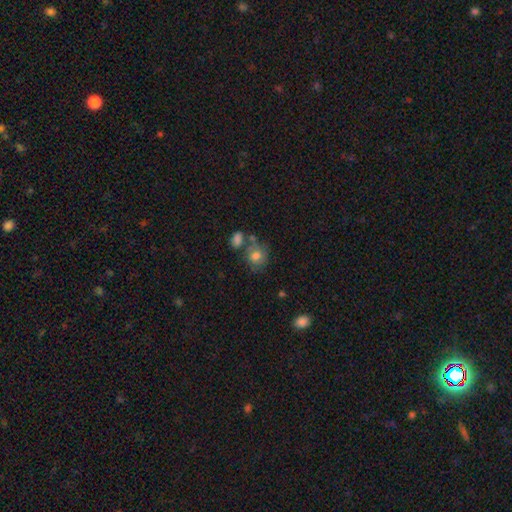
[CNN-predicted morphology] smooth 68%, featured or disk 22%, star or artifact 9%. Down the decision tree: how rounded — round (63%); merging — none (48%).